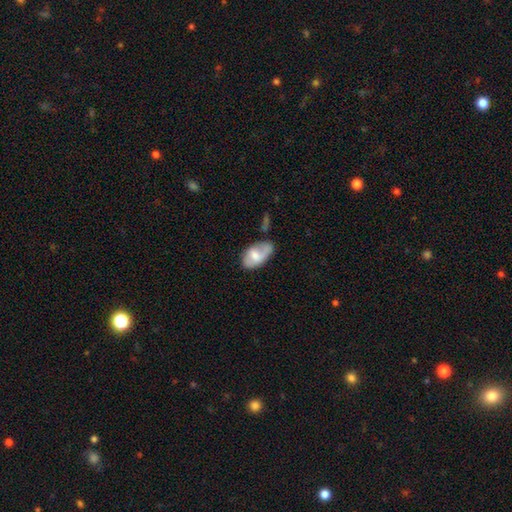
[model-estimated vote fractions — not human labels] smooth_or_featured: smooth (p=0.60) [alt: featured or disk p=0.33]
how_rounded: in between (p=0.93) [alt: round p=0.05]
merging: none (p=0.42) [alt: minor disturbance p=0.33]